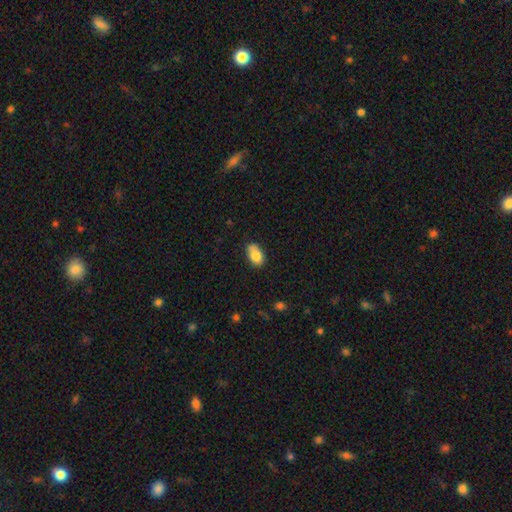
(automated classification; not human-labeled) Smooth or featured? smooth (81%)
How rounded? in between (89%)
Merging? none (66%)